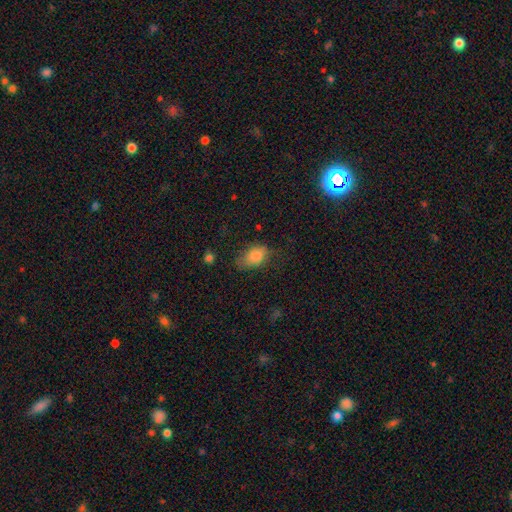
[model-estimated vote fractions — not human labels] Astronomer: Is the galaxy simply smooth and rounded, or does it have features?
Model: smooth — 82%.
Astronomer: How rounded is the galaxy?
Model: in between — 86%.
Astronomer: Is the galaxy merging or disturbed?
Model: none — 58%.